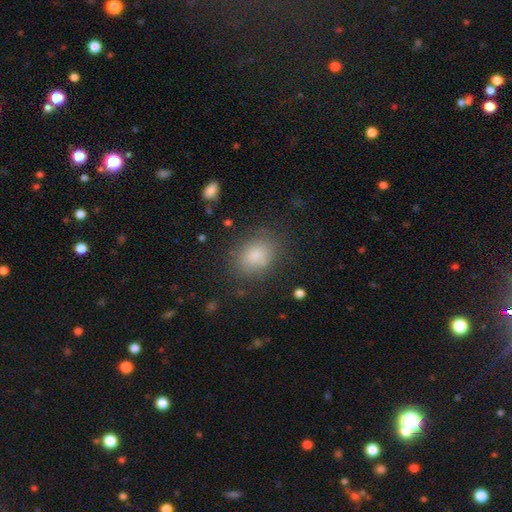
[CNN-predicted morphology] Smooth or featured?
  - smooth: 82% *
  - star or artifact: 9%
  - featured or disk: 8%
How rounded?
  - in between: 58% *
  - round: 41%
  - cigar-shaped: 1%
Merging?
  - none: 75% *
  - minor disturbance: 15%
  - major disturbance: 6%
  - merger: 4%